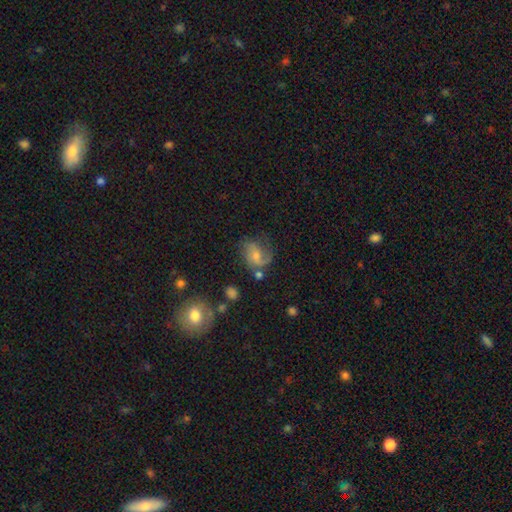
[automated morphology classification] featured or disk 62%, smooth 26%, star or artifact 12%. Down the decision tree: edge-on disk — no (97%); bar — no (53%); spiral arms — yes (88%); spiral arm count — 2 (57%); spiral winding — medium (46%); bulge size — moderate (50%); merging — none (55%).